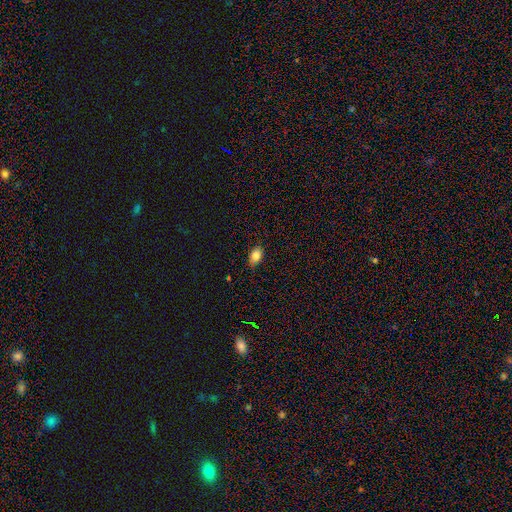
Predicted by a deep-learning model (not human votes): smooth_or_featured: smooth (p=0.84) [alt: star or artifact p=0.09]
how_rounded: in between (p=0.83) [alt: round p=0.15]
merging: none (p=0.80) [alt: minor disturbance p=0.17]